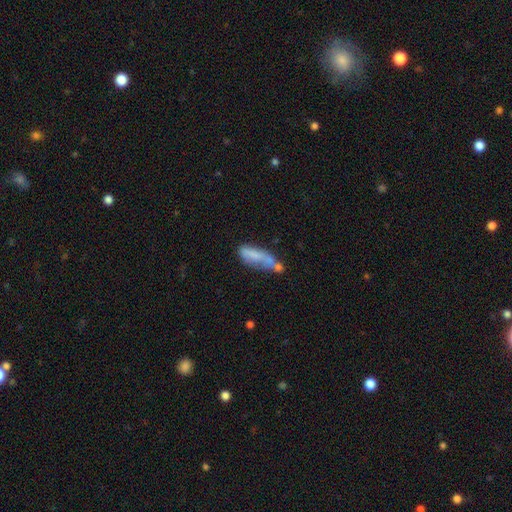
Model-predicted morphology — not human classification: type=smooth (61%); roundness=cigar-shaped (53%); merging=merger (29%).